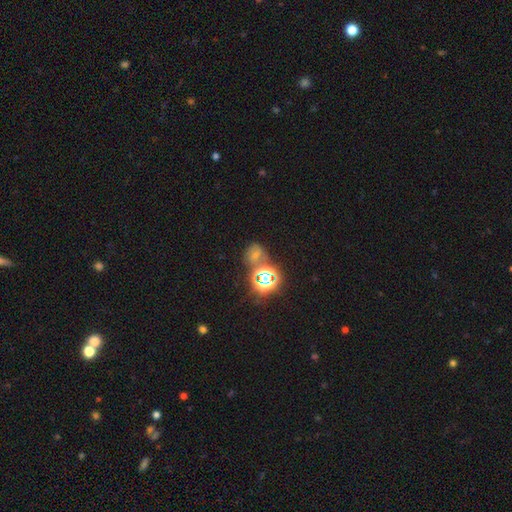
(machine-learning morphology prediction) A star or artifact, not a galaxy (49%).

Vote fractions:
- Smooth or featured? star or artifact: 49% / smooth: 36% / featured or disk: 16%